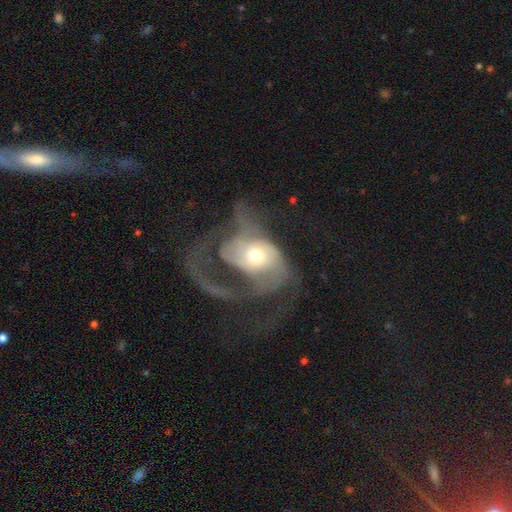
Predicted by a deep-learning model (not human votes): Q: Smooth or featured?
A: featured or disk (74%); runner-up: smooth (19%)
Q: Edge-on disk?
A: no (97%); runner-up: yes (3%)
Q: Bar?
A: no (73%); runner-up: weak (21%)
Q: Spiral arms?
A: yes (76%); runner-up: no (24%)
Q: Spiral winding?
A: loose (43%); runner-up: medium (39%)
Q: Spiral arm count?
A: 2 (29%); runner-up: can't tell (23%)
Q: Bulge size?
A: moderate (54%); runner-up: small (36%)
Q: Merging?
A: major disturbance (65%); runner-up: none (19%)